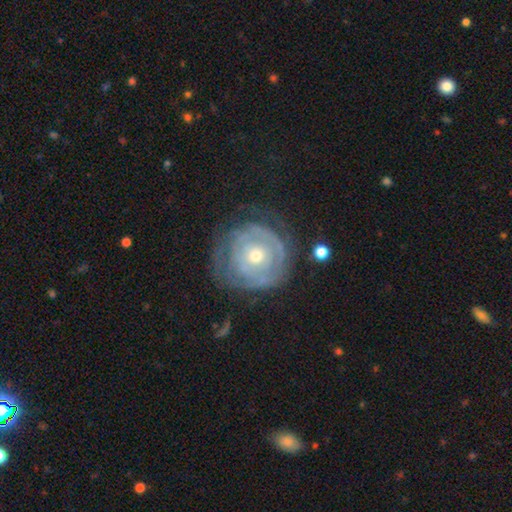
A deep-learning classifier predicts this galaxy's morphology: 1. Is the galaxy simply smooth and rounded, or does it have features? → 75% featured or disk, 19% smooth, 6% star or artifact.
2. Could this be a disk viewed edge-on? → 97% no, 3% yes.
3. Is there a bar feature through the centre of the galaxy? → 84% no, 13% weak, 3% strong.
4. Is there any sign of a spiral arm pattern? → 70% yes, 30% no.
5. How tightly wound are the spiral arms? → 79% tight, 14% medium, 6% loose.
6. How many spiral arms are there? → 56% can't tell, 17% 2, 9% 3, 8% 1, 5% 4, 4% more than 4.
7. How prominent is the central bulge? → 51% moderate, 45% small, 3% large, 1% none, 1% dominant.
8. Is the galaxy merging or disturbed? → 65% none, 21% minor disturbance, 13% major disturbance, 2% merger.